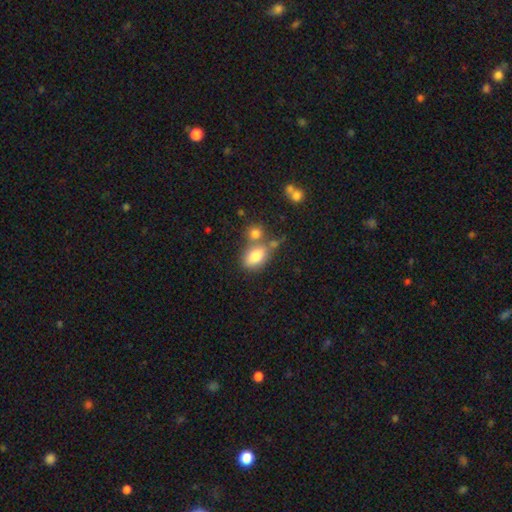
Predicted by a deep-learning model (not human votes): smooth_or_featured: smooth (p=0.79) [alt: featured or disk p=0.13]
how_rounded: in between (p=0.83) [alt: round p=0.14]
merging: none (p=0.47) [alt: merger p=0.32]